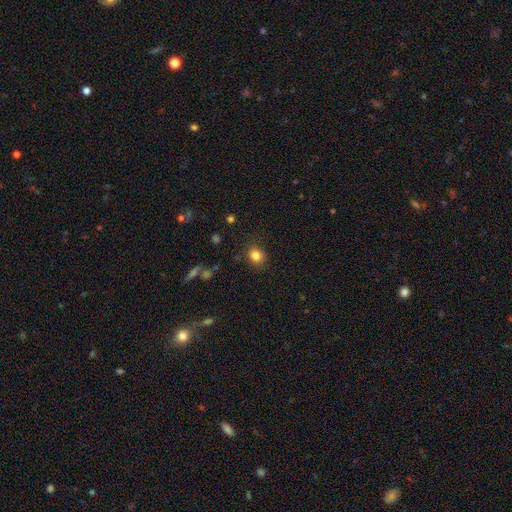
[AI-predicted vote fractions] This is clearly a smooth galaxy (83%). How rounded: likely round (75%). Merging: clearly none (85%).